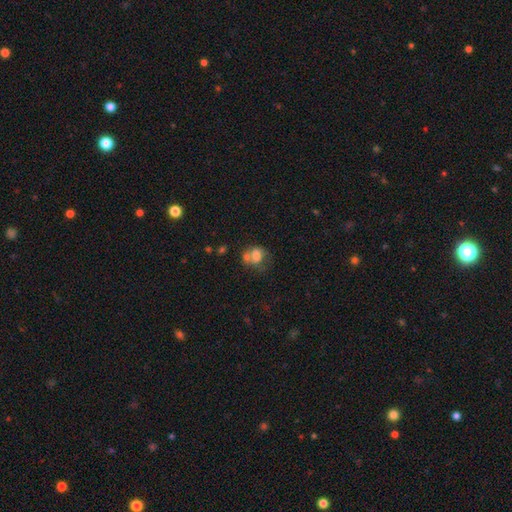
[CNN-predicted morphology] Smooth or featured?
  - smooth: 69% *
  - featured or disk: 20%
  - star or artifact: 11%
How rounded?
  - round: 51% *
  - in between: 48%
  - cigar-shaped: 1%
Merging?
  - merger: 44% *
  - none: 28%
  - minor disturbance: 16%
  - major disturbance: 12%